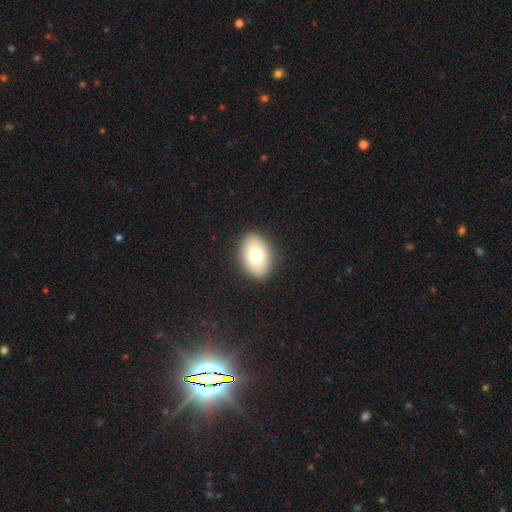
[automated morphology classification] A smooth galaxy with no disk features (75%) that is in between round and cigar-shaped (82%). Merging: none (89%).